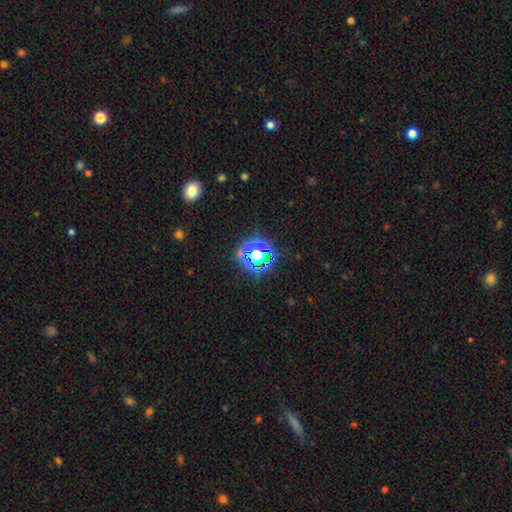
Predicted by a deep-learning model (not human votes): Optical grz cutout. It shows a star or artifact, not a galaxy (74%).